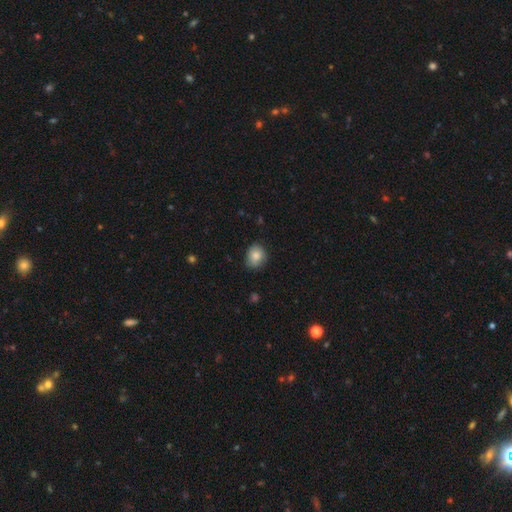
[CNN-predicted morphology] A smooth galaxy with no disk features (84%) that is round (62%). Merging: none (79%).